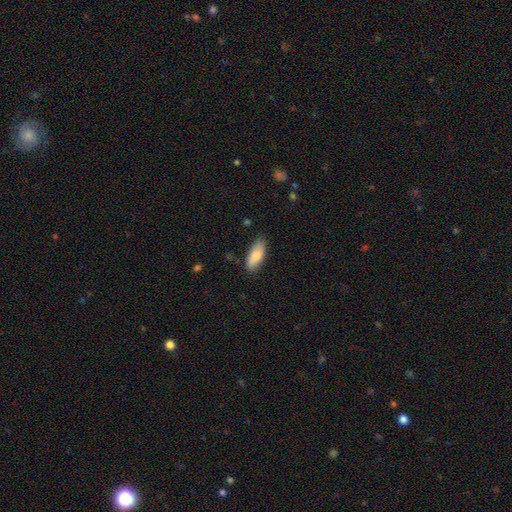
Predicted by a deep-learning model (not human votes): smooth-or-featured: smooth: 81% | featured or disk: 13% | star or artifact: 6%
  how-rounded: in between: 79% | cigar-shaped: 19% | round: 2%
  merging: none: 79% | minor disturbance: 17% | major disturbance: 3% | merger: 1%